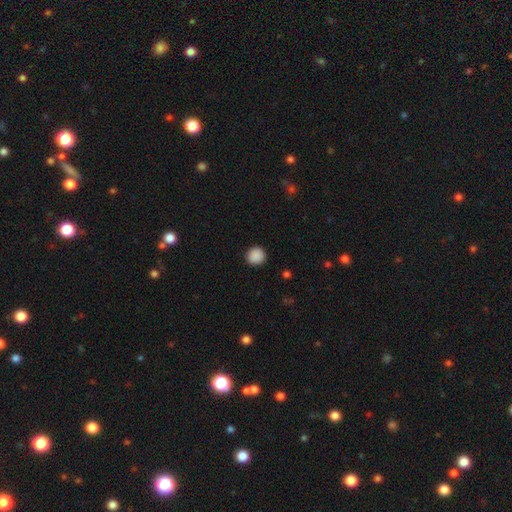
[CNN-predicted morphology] type=smooth (89%); roundness=round (94%); merging=none (92%).